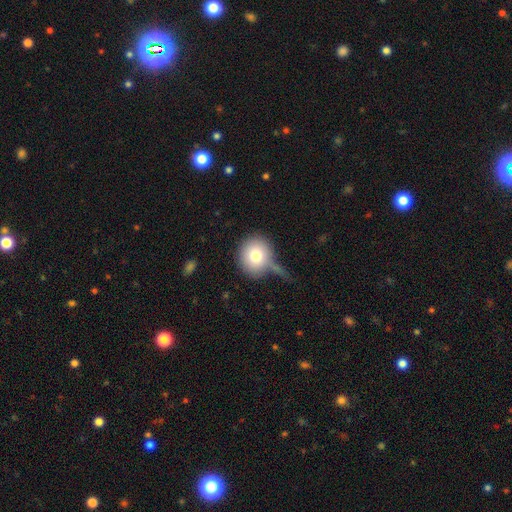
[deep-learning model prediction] Smooth or featured? smooth (78%)
How rounded? round (89%)
Merging? none (51%)